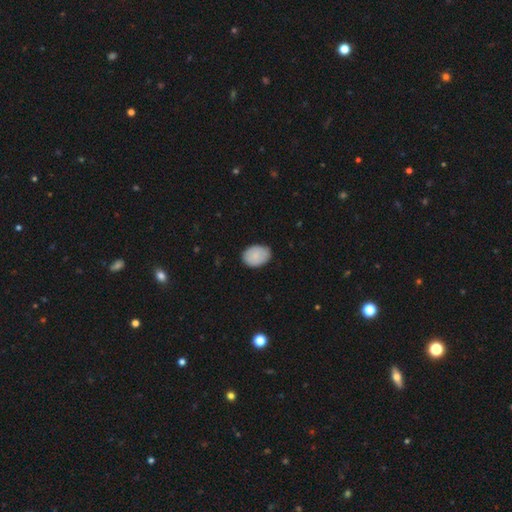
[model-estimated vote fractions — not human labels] Smooth or featured: smooth — 85% (featured or disk — 8%)
How rounded: in between — 72% (round — 27%)
Merging: none — 80% (minor disturbance — 17%)